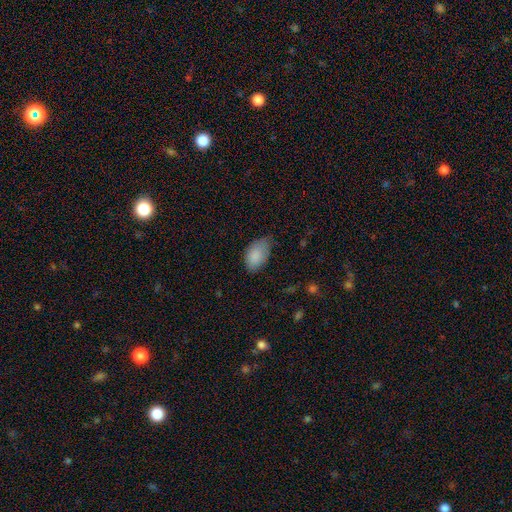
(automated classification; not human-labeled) smooth 87%, star or artifact 7%, featured or disk 6%. Down the decision tree: how rounded — in between (93%); merging — none (53%).